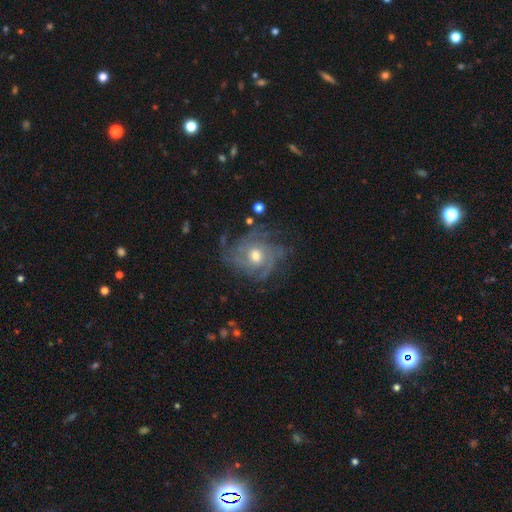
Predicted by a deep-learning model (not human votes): Q: Smooth or featured?
A: featured or disk (82%); runner-up: smooth (10%)
Q: Edge-on disk?
A: no (97%); runner-up: yes (3%)
Q: Bar?
A: no (78%); runner-up: weak (19%)
Q: Spiral arms?
A: yes (93%); runner-up: no (7%)
Q: Spiral winding?
A: tight (56%); runner-up: medium (33%)
Q: Spiral arm count?
A: can't tell (34%); runner-up: 3 (22%)
Q: Bulge size?
A: moderate (70%); runner-up: small (22%)
Q: Merging?
A: none (66%); runner-up: minor disturbance (20%)